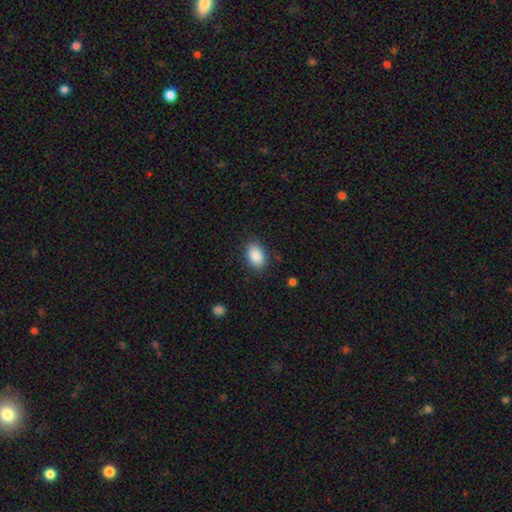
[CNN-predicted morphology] Smooth or featured: smooth — 88% (star or artifact — 7%)
How rounded: in between — 87% (round — 11%)
Merging: none — 86% (minor disturbance — 10%)